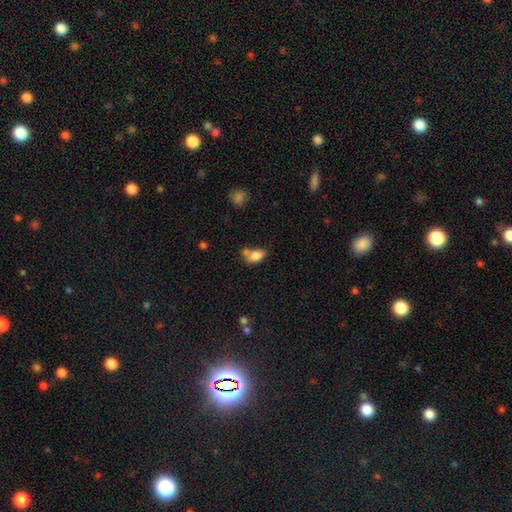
Morphology: type=smooth (73%); roundness=in between (81%); merging=none (37%, tied with merger).